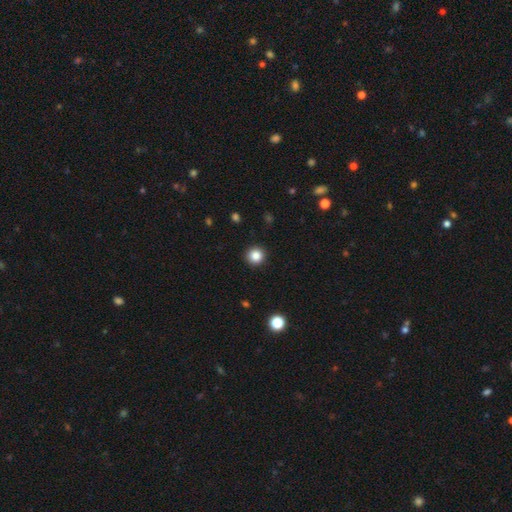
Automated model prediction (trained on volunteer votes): A smooth galaxy with no disk features (85%) that is round (95%).

Vote fractions:
- Smooth or featured? smooth: 85% / star or artifact: 11% / featured or disk: 4%
- How rounded? round: 95% / in between: 4% / cigar-shaped: 1%
- Merging? none: 93% / minor disturbance: 5% / major disturbance: 2% / merger: 1%